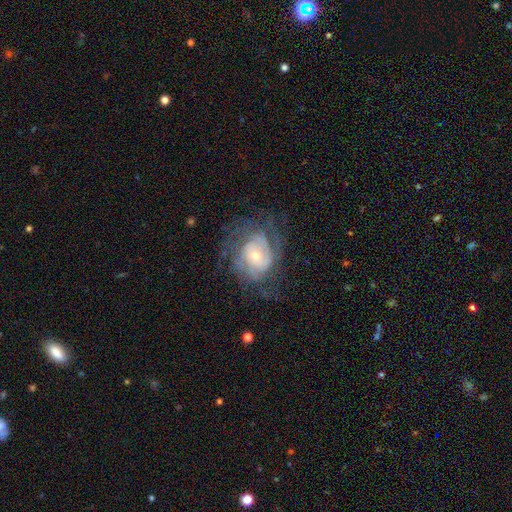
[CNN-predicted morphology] The model was most divided on "bulge size": moderate: 48%, small: 47%, large: 4%, none: 1%, dominant: 1%. Remaining: edge-on disk — no (97%); spiral arms — yes (85%); smooth or featured — featured or disk (76%); bar — no (72%); merging — none (61%); spiral winding — tight (53%); spiral arm count — can't tell (47%).